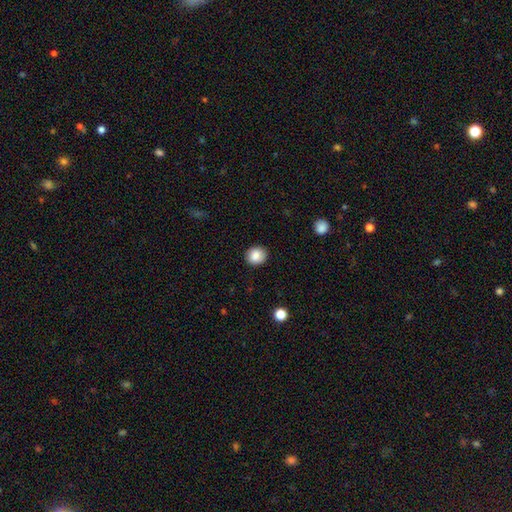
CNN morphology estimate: This appears to be a smooth galaxy with no disk features (86%) that is round (78%). Merging: none (89%).